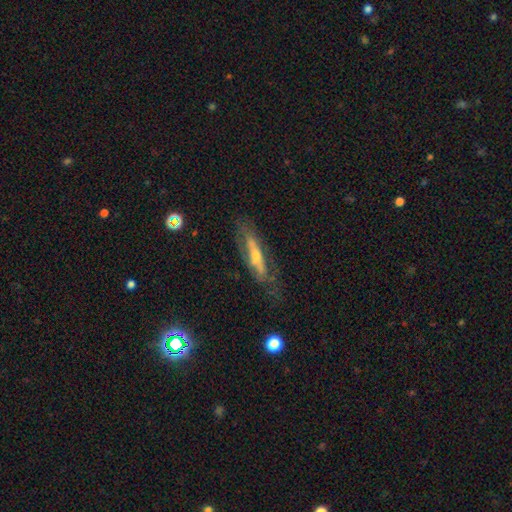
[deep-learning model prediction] Q: Smooth or featured?
A: featured or disk (65%); runner-up: smooth (27%)
Q: Edge-on disk?
A: yes (53%); runner-up: no (47%)
Q: Merging?
A: none (64%); runner-up: minor disturbance (21%)